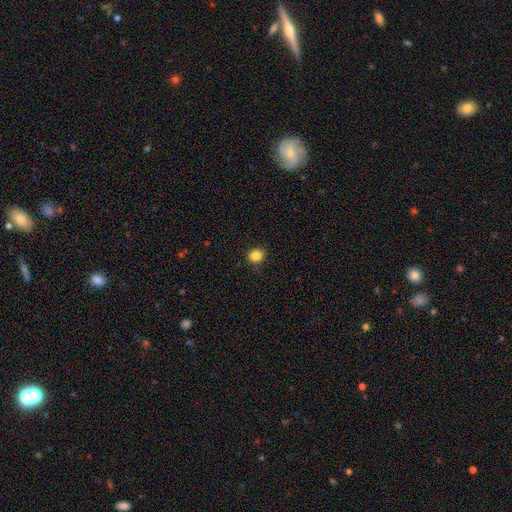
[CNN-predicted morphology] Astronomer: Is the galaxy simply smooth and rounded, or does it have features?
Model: smooth — 85%.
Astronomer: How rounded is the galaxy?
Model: round — 77%.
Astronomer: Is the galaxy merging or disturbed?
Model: none — 88%.